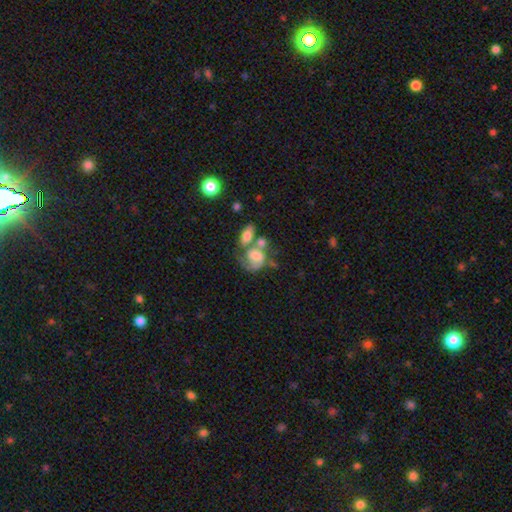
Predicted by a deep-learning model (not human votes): Smooth or featured? Predicted: featured or disk (p=0.48). Merging? Predicted: merger (p=0.49).